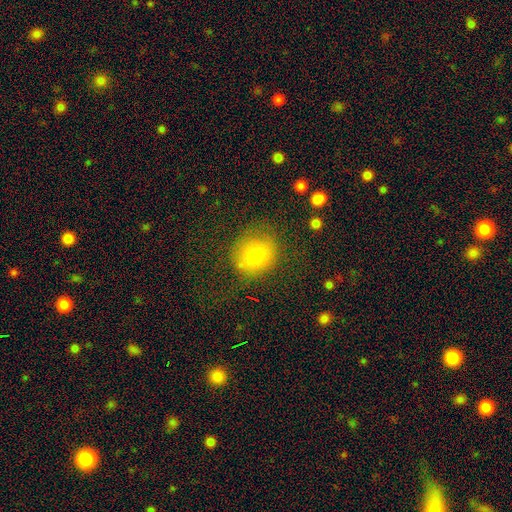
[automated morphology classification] The model was most divided on "merging": none: 68%, minor disturbance: 18%, major disturbance: 10%, merger: 3%. More confident: how rounded — round (78%); smooth or featured — smooth (75%).